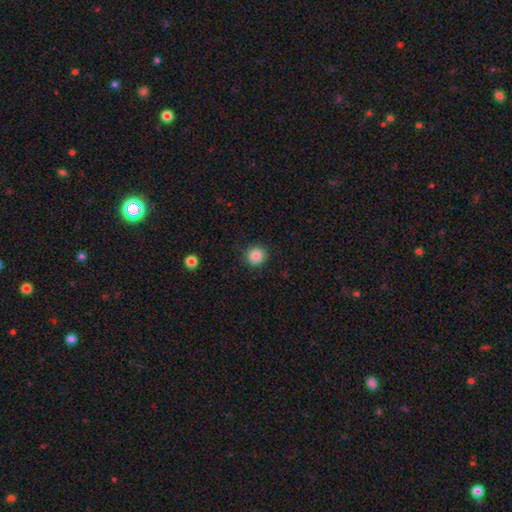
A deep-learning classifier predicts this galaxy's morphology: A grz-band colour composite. It shows a smooth galaxy with no disk features (86%) that is round (92%). Merging: none (90%).